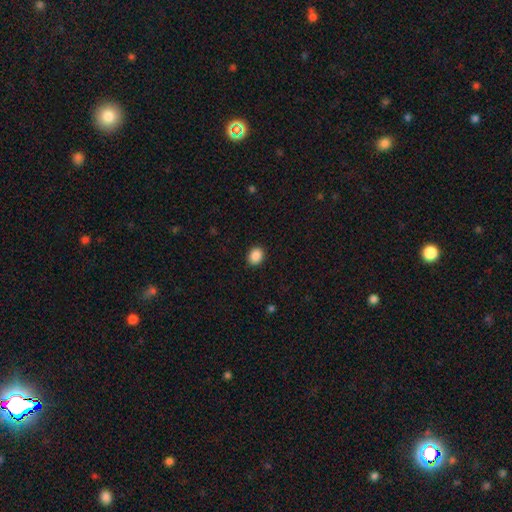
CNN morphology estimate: type=smooth (89%); roundness=round (51%); merging=none (91%).